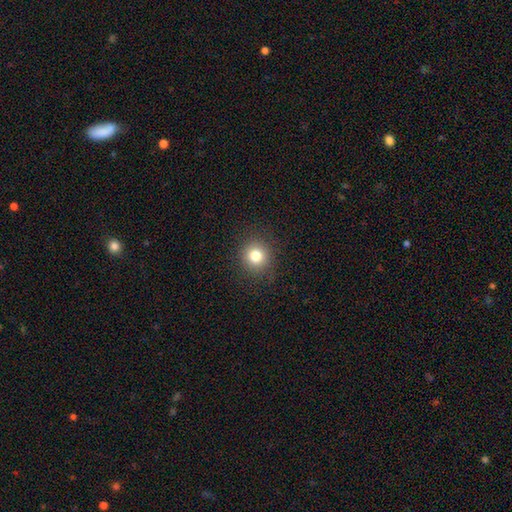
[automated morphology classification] smooth 80%, star or artifact 13%, featured or disk 7%. Down the decision tree: how rounded — round (91%); merging — none (90%).